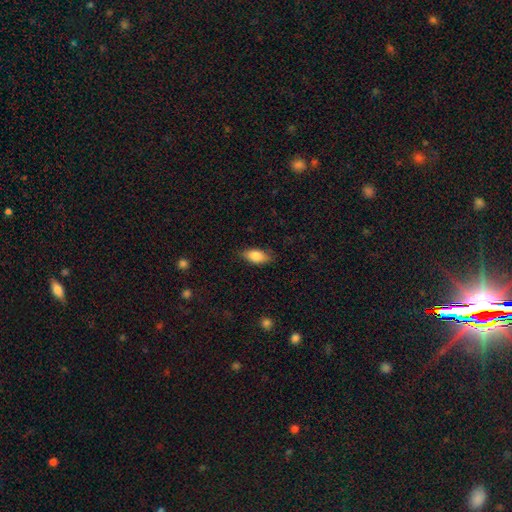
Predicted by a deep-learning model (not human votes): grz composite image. It shows a smooth galaxy with no disk features (82%) that is in between round and cigar-shaped (86%). Merging: none (82%).